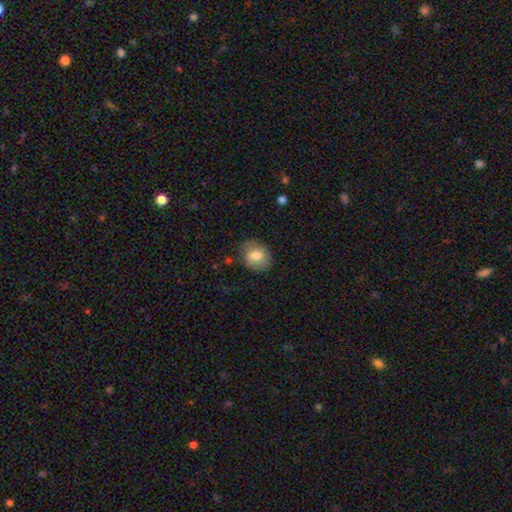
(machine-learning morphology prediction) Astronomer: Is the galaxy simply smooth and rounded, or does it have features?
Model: smooth — 75%.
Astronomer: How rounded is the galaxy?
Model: in between — 51% (runner-up: round, 48%).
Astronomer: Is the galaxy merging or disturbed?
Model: none — 78%.